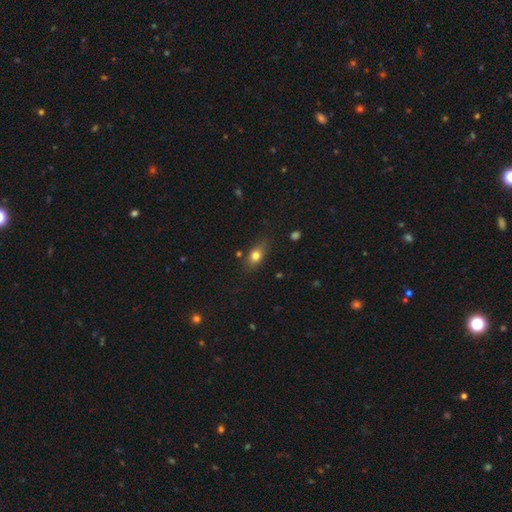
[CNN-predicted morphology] Q: Smooth or featured?
A: smooth (78%); runner-up: featured or disk (12%)
Q: How rounded?
A: in between (70%); runner-up: round (24%)
Q: Merging?
A: none (74%); runner-up: minor disturbance (18%)